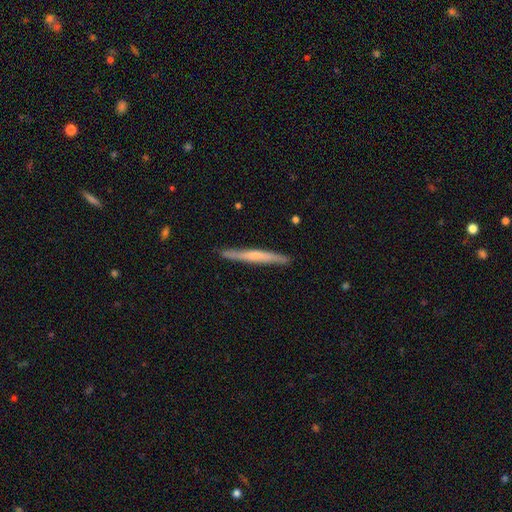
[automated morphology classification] Smooth or featured?
  - featured or disk: 50% *
  - smooth: 45%
  - star or artifact: 5%
Merging?
  - none: 89% *
  - minor disturbance: 9%
  - major disturbance: 1%
  - merger: 1%